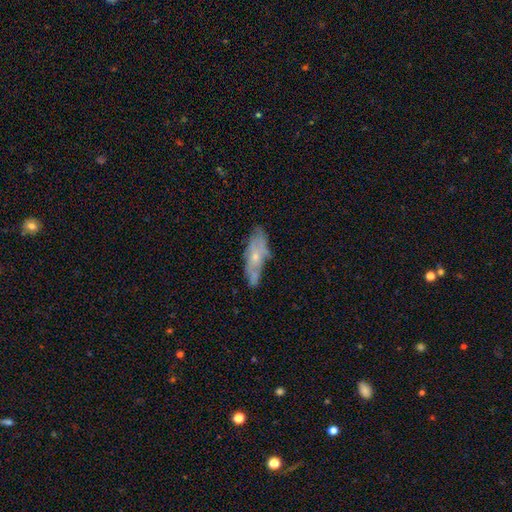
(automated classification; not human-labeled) This appears to be a featured or disk galaxy (54%). Merging: none (58%).